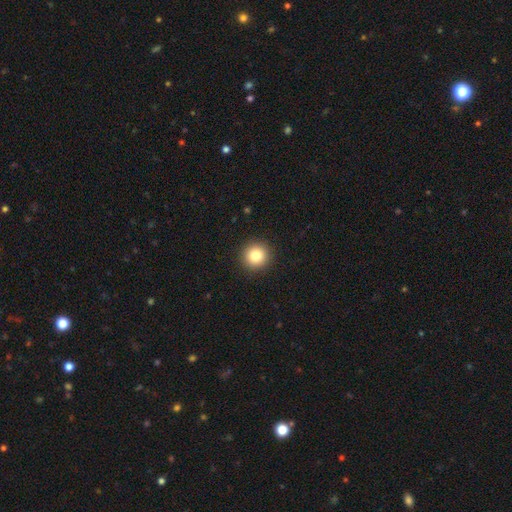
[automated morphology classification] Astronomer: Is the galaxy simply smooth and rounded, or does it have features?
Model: smooth — 83%.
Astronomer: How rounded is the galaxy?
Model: round — 94%.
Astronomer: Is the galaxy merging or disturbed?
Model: none — 93%.